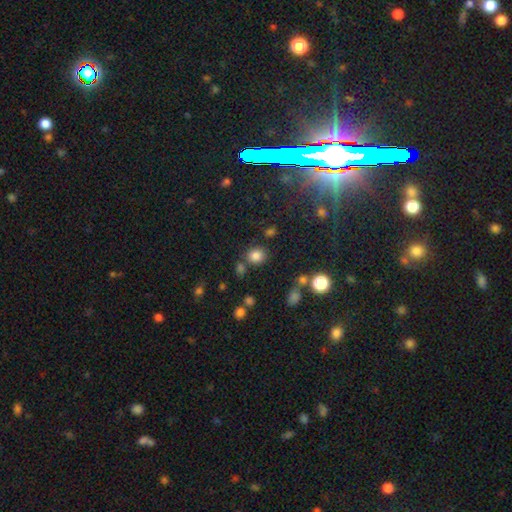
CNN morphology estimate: smooth-or-featured: smooth: 81% | star or artifact: 13% | featured or disk: 5%
  how-rounded: round: 72% | in between: 27% | cigar-shaped: 1%
  merging: none: 75% | minor disturbance: 11% | merger: 10% | major disturbance: 4%